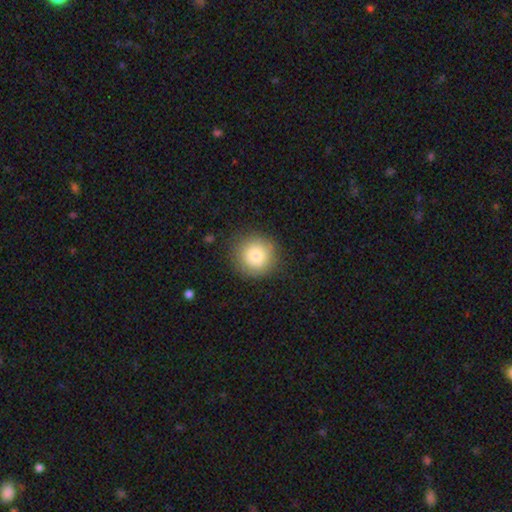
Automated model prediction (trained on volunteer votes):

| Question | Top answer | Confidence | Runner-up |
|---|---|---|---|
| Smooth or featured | smooth | 77% | featured or disk (13%) |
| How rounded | round | 94% | in between (5%) |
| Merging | none | 85% | minor disturbance (11%) |